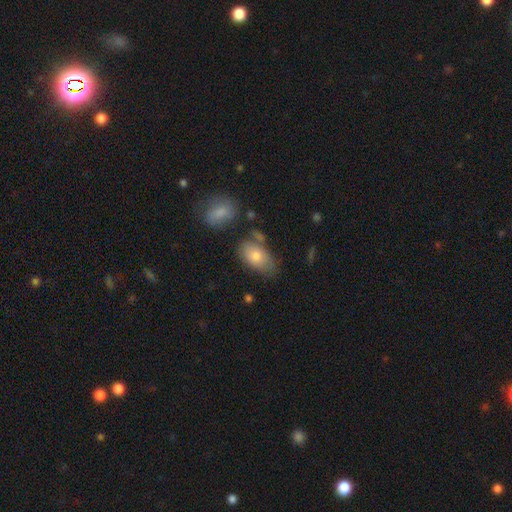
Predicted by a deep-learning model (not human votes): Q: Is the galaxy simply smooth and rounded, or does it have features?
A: smooth — 76%.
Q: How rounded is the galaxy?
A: in between — 91%.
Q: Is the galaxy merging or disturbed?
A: none — 58%.